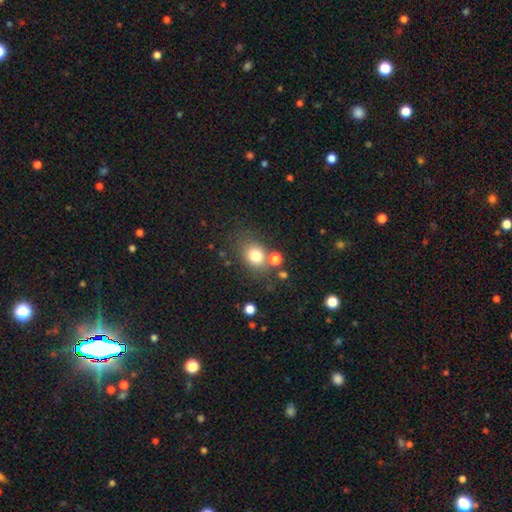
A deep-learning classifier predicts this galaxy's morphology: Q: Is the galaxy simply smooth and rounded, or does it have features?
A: smooth — 78%.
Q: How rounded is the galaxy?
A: round — 53%.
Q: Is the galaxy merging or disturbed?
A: none — 69%.